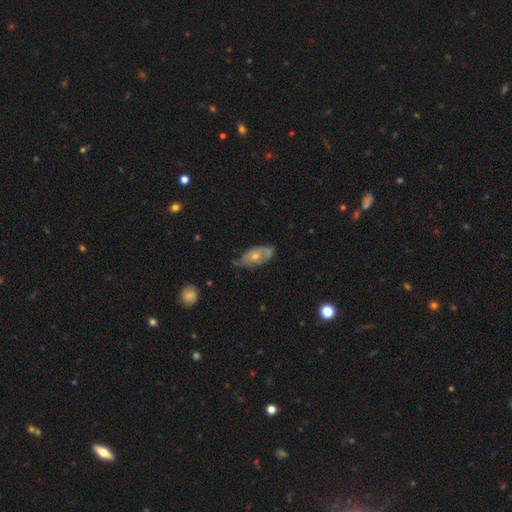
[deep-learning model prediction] A featured or disk galaxy (50%).

Vote fractions:
- Smooth or featured? featured or disk: 50% / smooth: 43% / star or artifact: 7%
- Edge-on disk? no: 88% / yes: 12%
- Merging? none: 46% / minor disturbance: 39% / major disturbance: 11% / merger: 4%